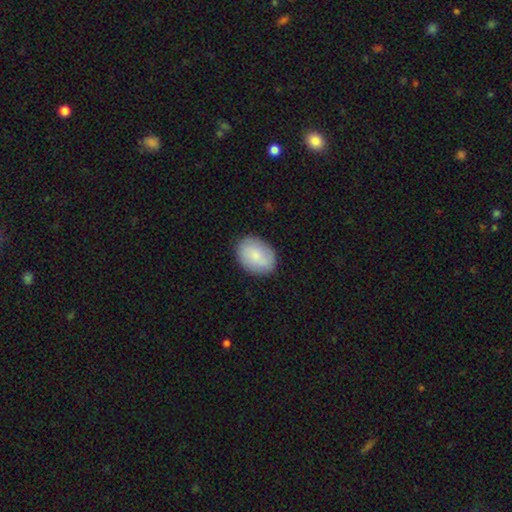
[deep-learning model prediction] smooth 77%, featured or disk 17%, star or artifact 6%. Down the decision tree: how rounded — in between (71%); merging — none (86%).